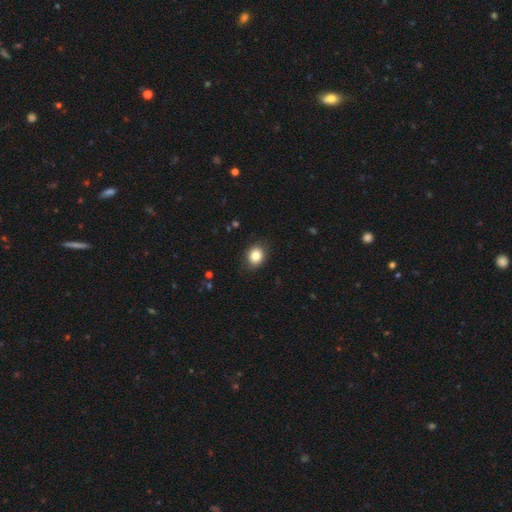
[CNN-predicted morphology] smooth 83%, star or artifact 10%, featured or disk 8%. Down the decision tree: how rounded — round (56%); merging — none (85%).